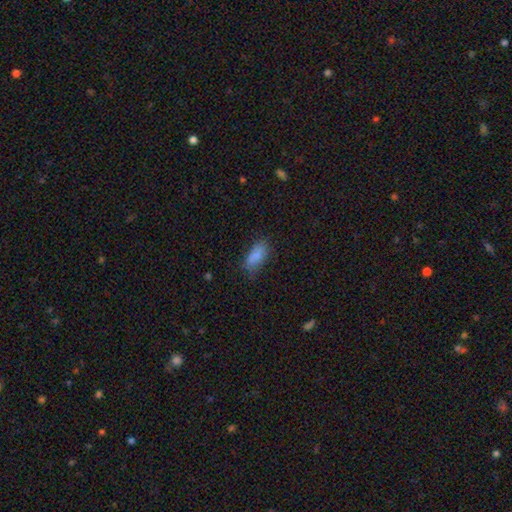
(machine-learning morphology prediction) smooth 83%, star or artifact 9%, featured or disk 8%. Down the decision tree: how rounded — in between (87%); merging — none (63%).